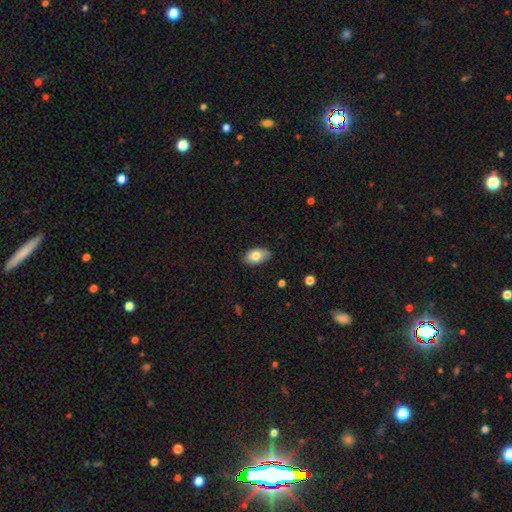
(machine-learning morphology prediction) This is likely a smooth galaxy (80%). How rounded: clearly in between (92%). Merging: clearly none (85%).